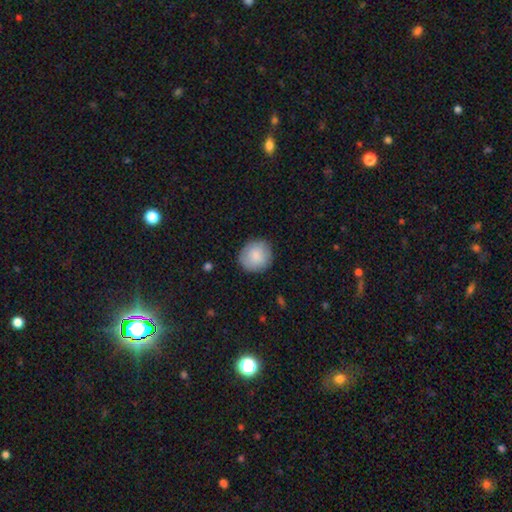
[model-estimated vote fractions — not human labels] This appears to be a smooth galaxy with no disk features (84%) that is round (91%). Merging: none (86%).